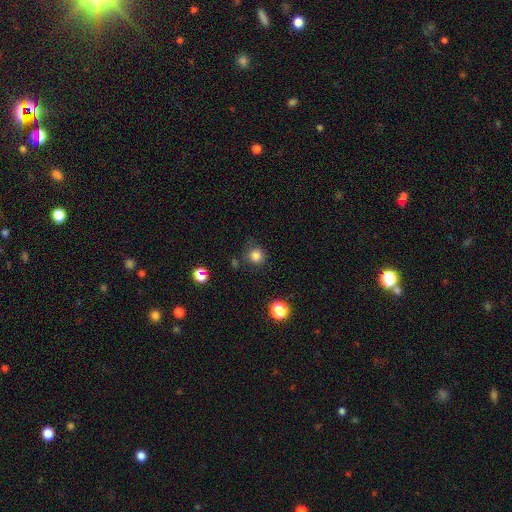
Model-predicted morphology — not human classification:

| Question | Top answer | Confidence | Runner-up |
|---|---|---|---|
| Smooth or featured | smooth | 81% | star or artifact (13%) |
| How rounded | round | 91% | in between (8%) |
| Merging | none | 78% | minor disturbance (14%) |